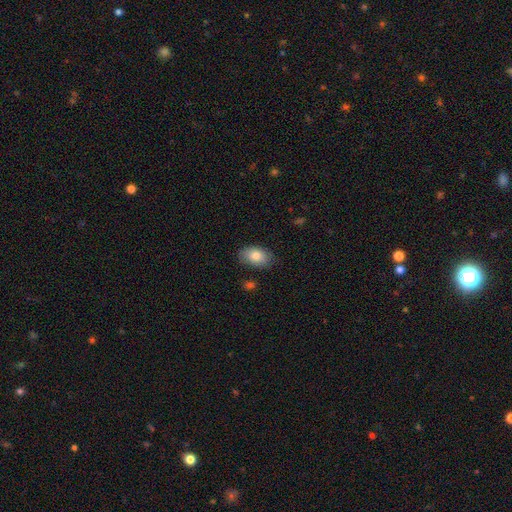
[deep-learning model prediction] Overall: smooth (83%). How rounded: in between (90%). Merging: none (79%).